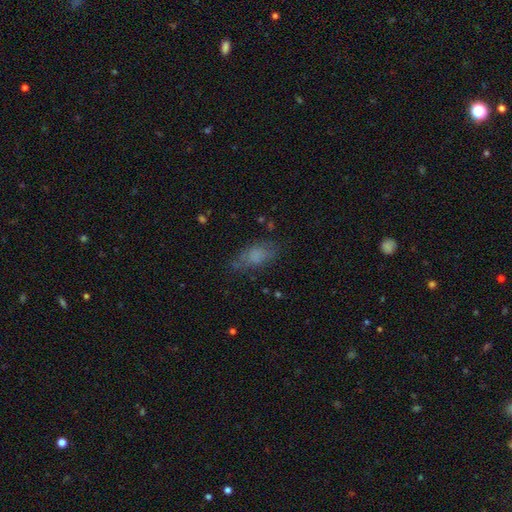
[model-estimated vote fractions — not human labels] smooth 67%, featured or disk 21%, star or artifact 12%. Down the decision tree: how rounded — in between (82%); merging — none (64%).